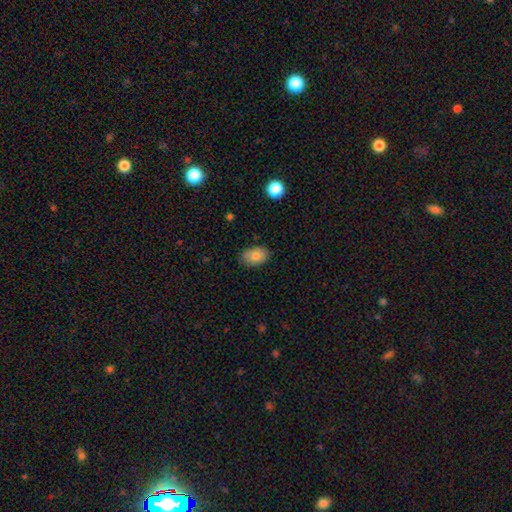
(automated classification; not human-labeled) A smooth galaxy with no disk features (83%) that is in between round and cigar-shaped (86%).

Vote fractions:
- Smooth or featured? smooth: 83% / featured or disk: 10% / star or artifact: 8%
- How rounded? in between: 86% / round: 13% / cigar-shaped: 1%
- Merging? none: 80% / minor disturbance: 16% / major disturbance: 3% / merger: 1%